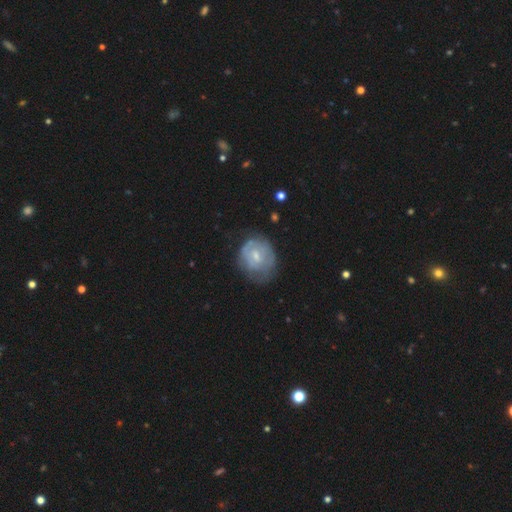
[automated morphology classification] Overall: featured or disk (57%; smooth 36%). Edge-on disk: no (97%). Bar: no (48%; weak 45%). Spiral arms: yes (61%; no 39%). Bulge size: small (50%; moderate 42%). Merging: none (52%; minor disturbance 30%).